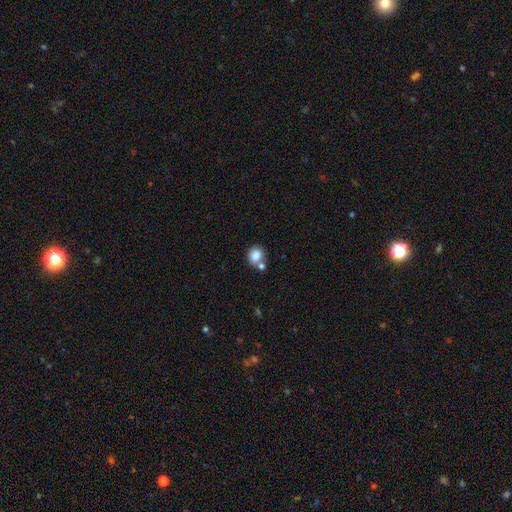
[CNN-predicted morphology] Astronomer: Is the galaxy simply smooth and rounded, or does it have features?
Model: smooth — 84%.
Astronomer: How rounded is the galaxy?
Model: round — 66%.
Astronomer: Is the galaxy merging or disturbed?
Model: none — 55%.